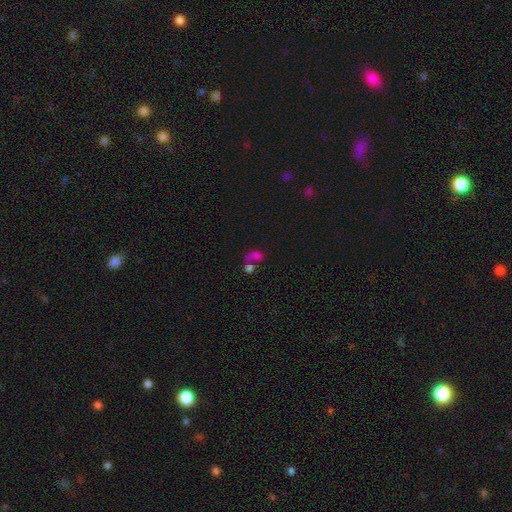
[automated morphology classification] This is likely a smooth galaxy (64%). How rounded: possibly round (51%). Merging: possibly merger (56%).